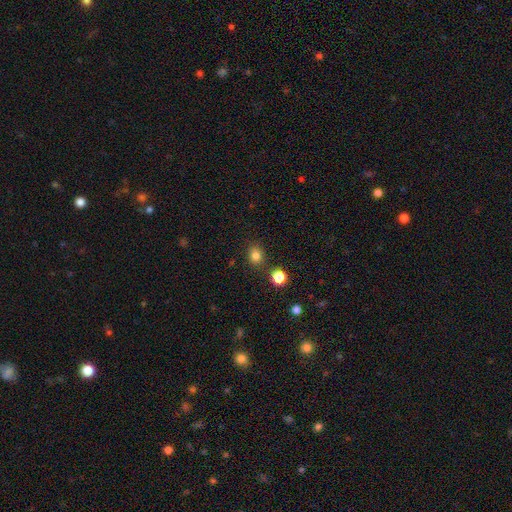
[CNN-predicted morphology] A smooth galaxy with no disk features (81%) that is round (62%). Merging: none (82%).